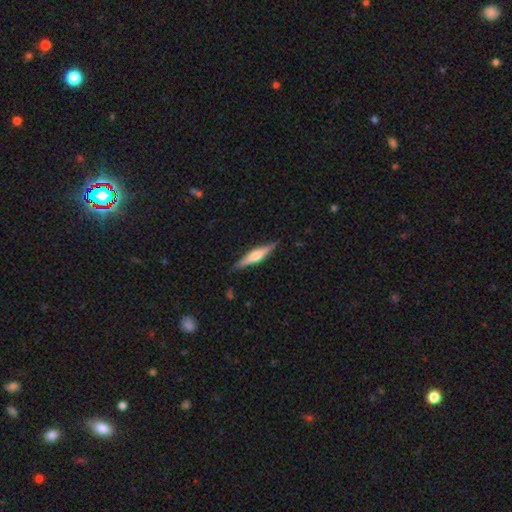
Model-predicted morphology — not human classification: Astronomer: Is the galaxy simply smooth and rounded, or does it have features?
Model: featured or disk — 57% (runner-up: smooth, 37%).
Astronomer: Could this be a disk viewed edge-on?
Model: yes — 97%.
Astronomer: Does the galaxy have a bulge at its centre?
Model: rounded — 77%.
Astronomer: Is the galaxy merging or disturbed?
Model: none — 88%.